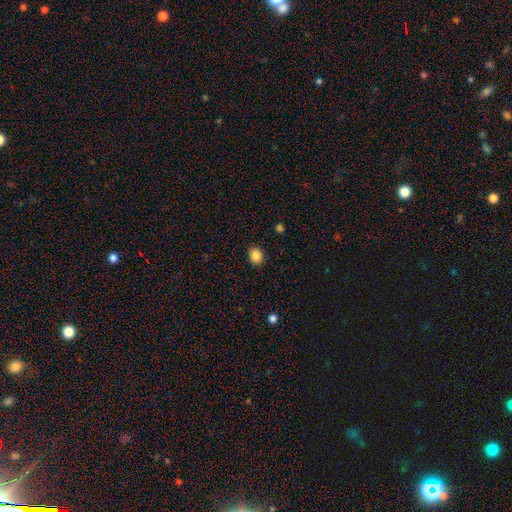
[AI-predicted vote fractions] Smooth or featured? Predicted: smooth (p=0.85). How rounded? Predicted: round (p=0.63). Merging? Predicted: none (p=0.89).